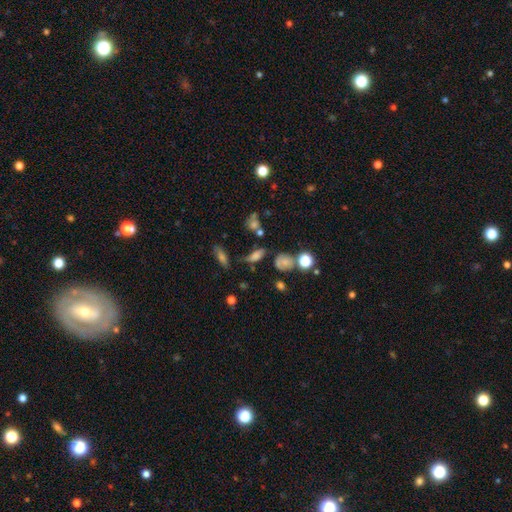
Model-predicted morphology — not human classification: Smooth or featured? Predicted: smooth (p=0.63). How rounded? Predicted: in between (p=0.64). Merging? Predicted: none (p=0.57).